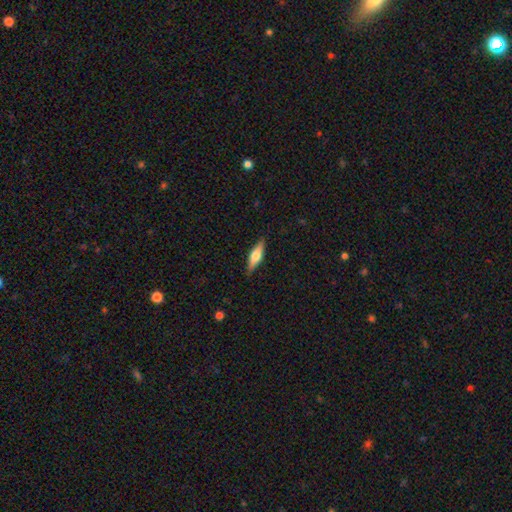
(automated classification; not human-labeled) This appears to be a featured or disk galaxy (54%) viewed edge-on (95%) with a rounded central bulge (90%). Merging: none (87%).